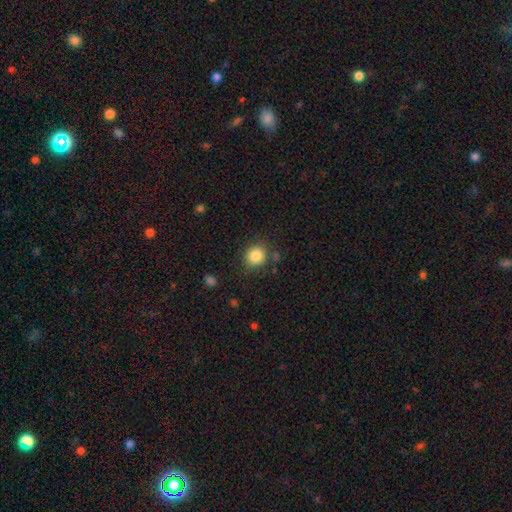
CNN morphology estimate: smooth-or-featured: smooth: 85% | star or artifact: 10% | featured or disk: 5%
  how-rounded: round: 85% | in between: 14% | cigar-shaped: 1%
  merging: none: 81% | minor disturbance: 12% | major disturbance: 4% | merger: 4%